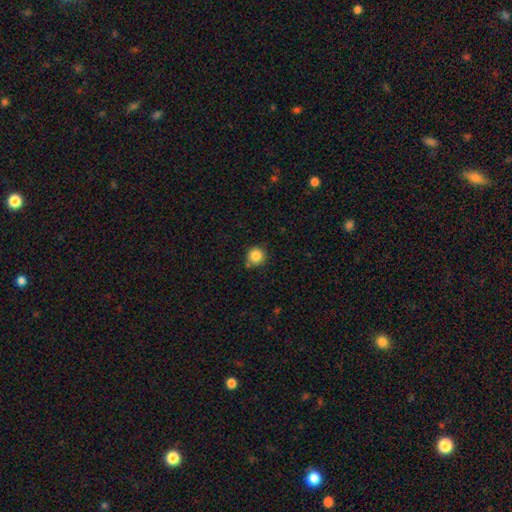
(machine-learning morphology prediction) smooth-or-featured: smooth: 85% | star or artifact: 10% | featured or disk: 5%
  how-rounded: round: 94% | in between: 5% | cigar-shaped: 1%
  merging: none: 79% | minor disturbance: 12% | merger: 6% | major disturbance: 3%